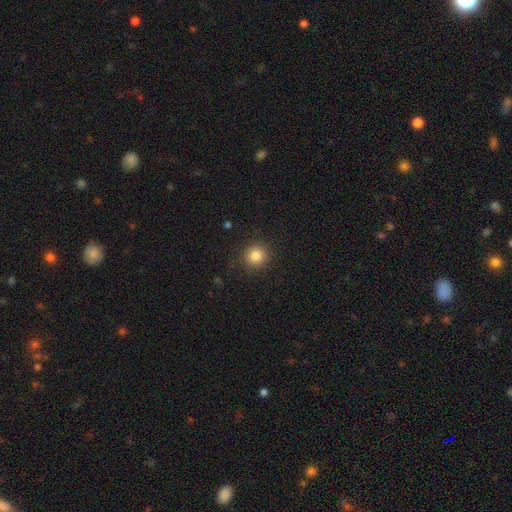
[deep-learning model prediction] This appears to be a smooth galaxy with no disk features (84%) that is round (92%). Merging: none (89%).